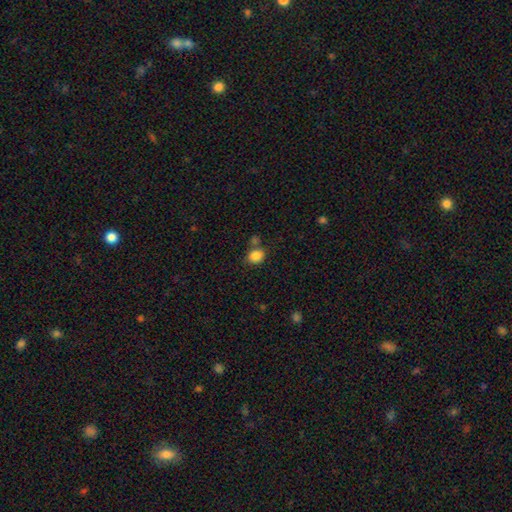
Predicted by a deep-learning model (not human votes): This is clearly a smooth galaxy (86%). How rounded: possibly round (59%). Merging: likely none (68%).